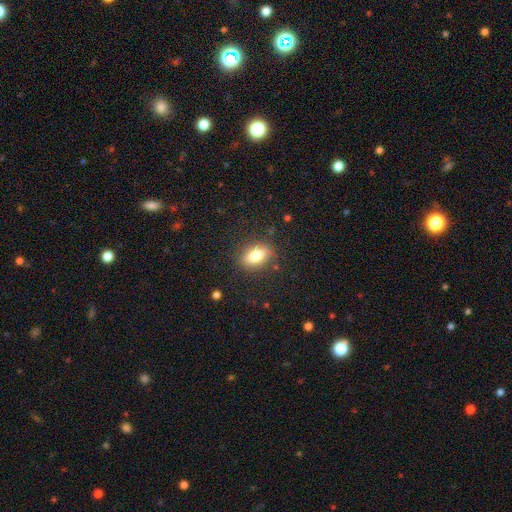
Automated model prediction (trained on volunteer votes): Morphology: type=smooth (78%); roundness=in between (81%); merging=none (83%).